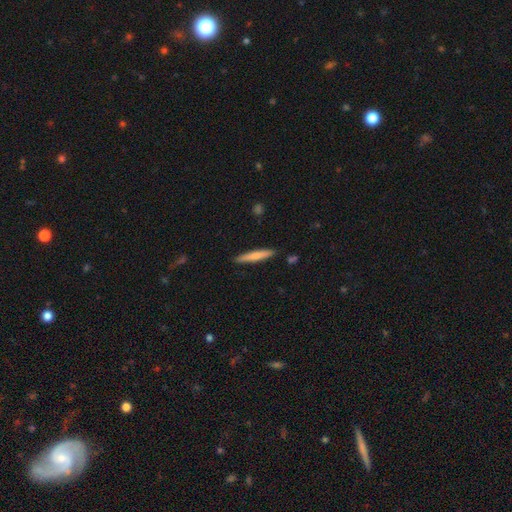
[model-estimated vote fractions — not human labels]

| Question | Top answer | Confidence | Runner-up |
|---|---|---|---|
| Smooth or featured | smooth | 71% | featured or disk (23%) |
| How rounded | cigar-shaped | 94% | in between (5%) |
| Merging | none | 89% | minor disturbance (8%) |